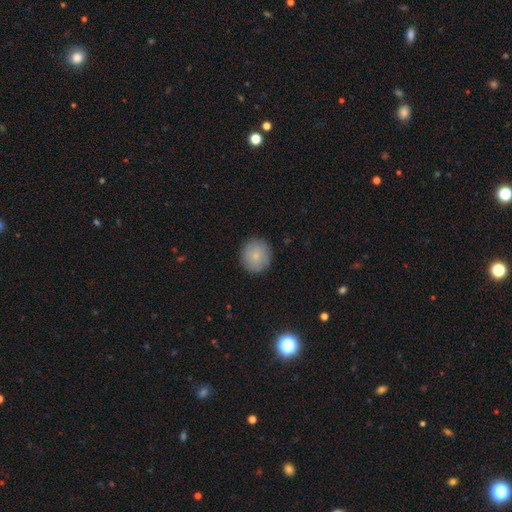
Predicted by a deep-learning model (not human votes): A smooth galaxy with no disk features (81%) that is round (90%). Merging: none (88%).